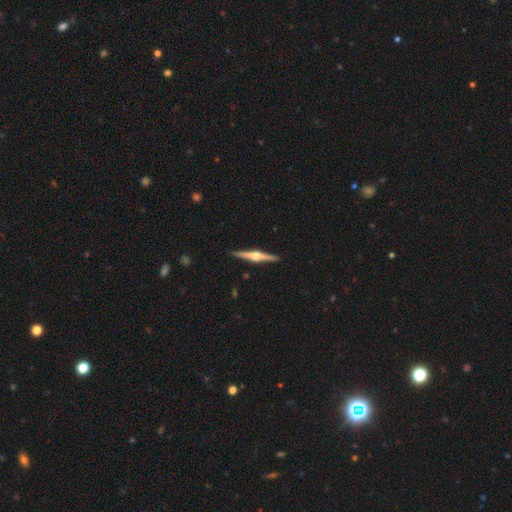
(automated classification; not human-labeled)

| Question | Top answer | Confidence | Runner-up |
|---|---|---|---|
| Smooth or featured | featured or disk | 83% | smooth (12%) |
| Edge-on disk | yes | 99% | no (1%) |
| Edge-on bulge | rounded | 94% | boxy (4%) |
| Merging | none | 92% | minor disturbance (5%) |